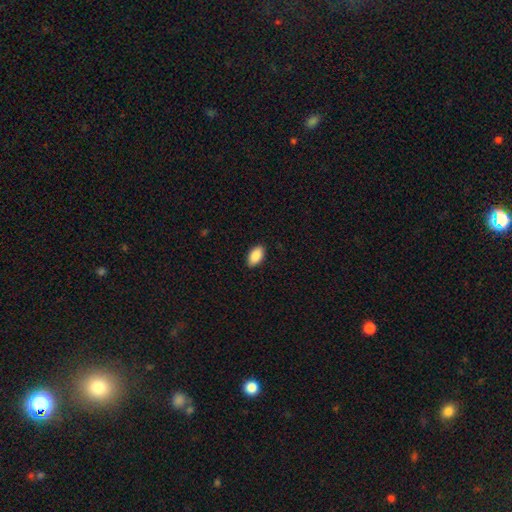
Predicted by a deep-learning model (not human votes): smooth-or-featured: smooth: 90% | star or artifact: 7% | featured or disk: 4%
  how-rounded: in between: 94% | round: 4% | cigar-shaped: 2%
  merging: none: 88% | minor disturbance: 9% | major disturbance: 2% | merger: 1%